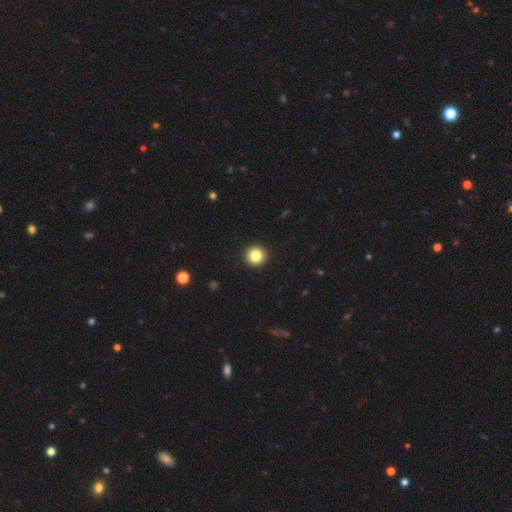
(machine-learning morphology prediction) type=smooth (85%); roundness=round (96%); merging=none (94%).